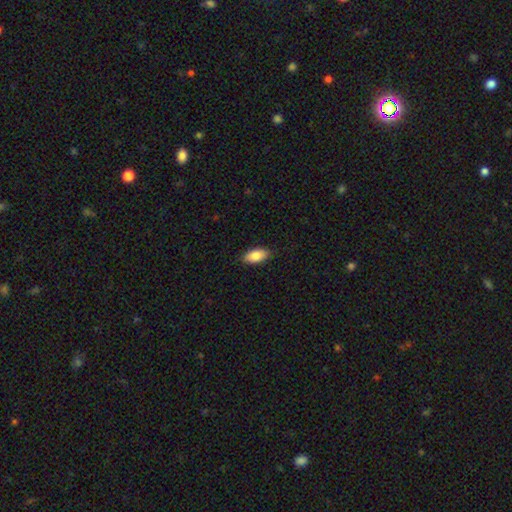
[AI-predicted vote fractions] Overall: smooth (85%). How rounded: in between (92%). Merging: none (87%).